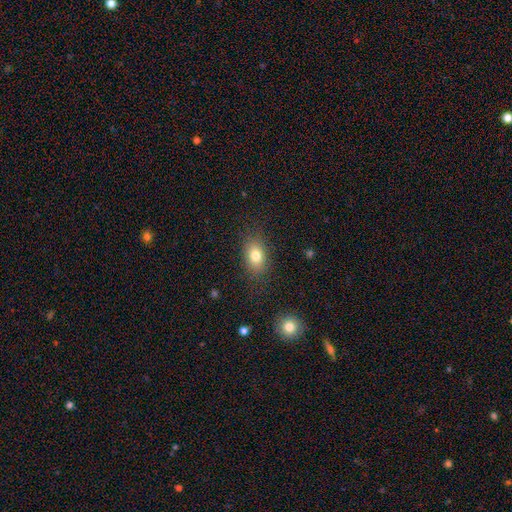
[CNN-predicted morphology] Smooth or featured? Predicted: smooth (p=0.77). How rounded? Predicted: in between (p=0.81). Merging? Predicted: none (p=0.83).